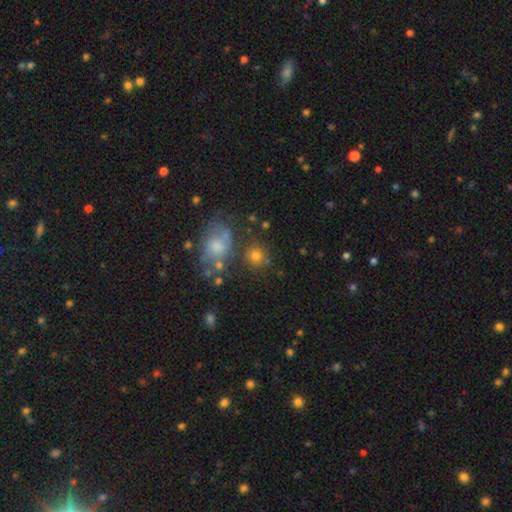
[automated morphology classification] type=smooth (74%); roundness=round (84%); merging=none (69%).